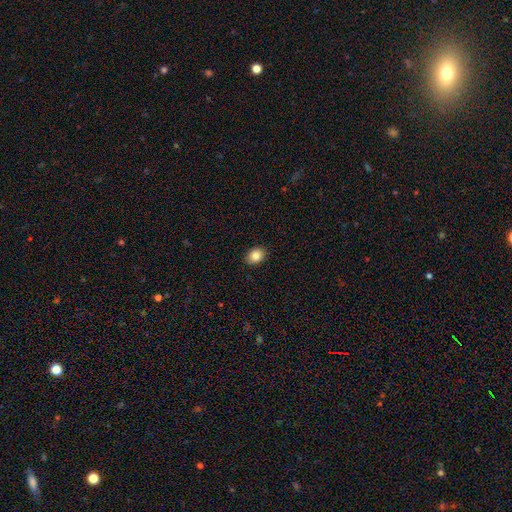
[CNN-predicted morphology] smooth 85%, star or artifact 9%, featured or disk 6%. Down the decision tree: how rounded — in between (58%); merging — none (90%).